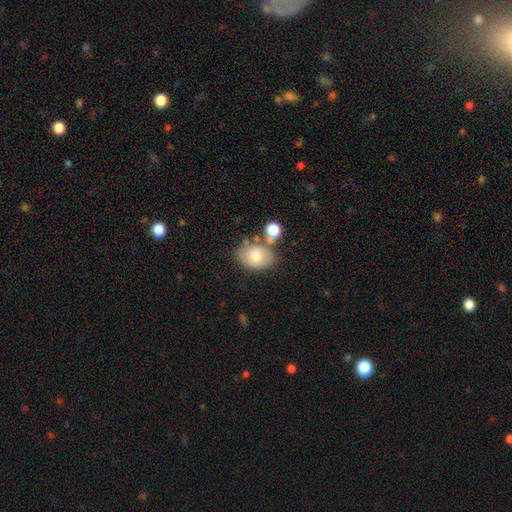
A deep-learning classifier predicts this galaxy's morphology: This appears to be a smooth galaxy with no disk features (72%) that is in between round and cigar-shaped (74%). Merging: none (60%).